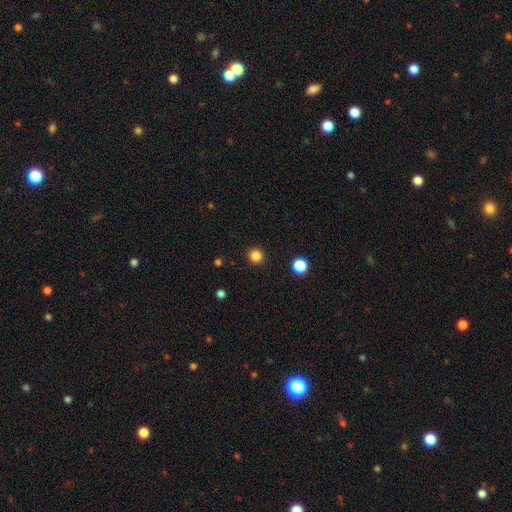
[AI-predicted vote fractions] smooth_or_featured: smooth (p=0.84) [alt: star or artifact p=0.13]
how_rounded: round (p=0.95) [alt: in between p=0.04]
merging: none (p=0.93) [alt: minor disturbance p=0.04]